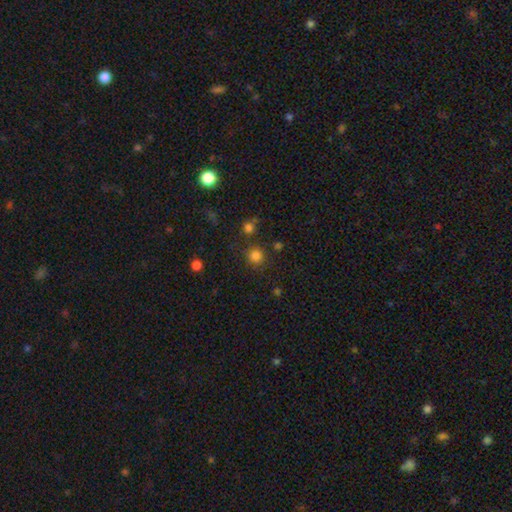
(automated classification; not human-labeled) Smooth or featured?
  - smooth: 80% *
  - star or artifact: 16%
  - featured or disk: 5%
How rounded?
  - round: 92% *
  - in between: 7%
  - cigar-shaped: 1%
Merging?
  - none: 80% *
  - minor disturbance: 9%
  - merger: 7%
  - major disturbance: 4%